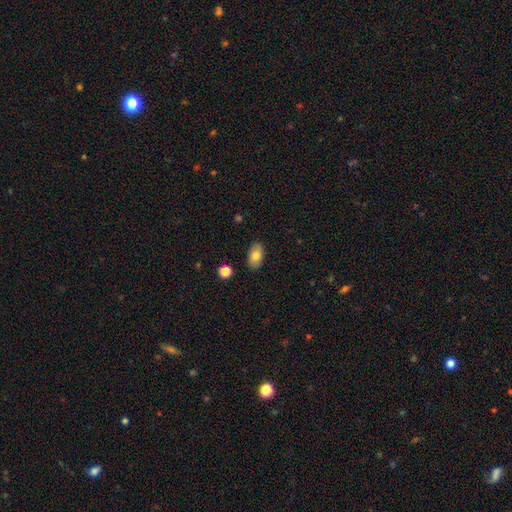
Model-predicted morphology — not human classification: Smooth or featured: smooth — 79% (featured or disk — 14%)
How rounded: in between — 92% (round — 6%)
Merging: none — 87% (minor disturbance — 10%)